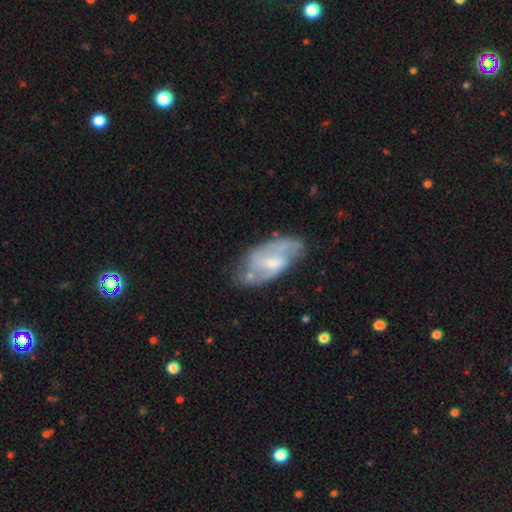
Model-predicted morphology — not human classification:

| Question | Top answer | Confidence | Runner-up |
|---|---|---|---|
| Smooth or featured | featured or disk | 70% | smooth (19%) |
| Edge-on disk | no | 92% | yes (8%) |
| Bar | weak | 46% | no (38%) |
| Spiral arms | yes | 82% | no (18%) |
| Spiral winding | medium | 43% | tight (34%) |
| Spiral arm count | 2 | 46% | can't tell (33%) |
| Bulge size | small | 46% | moderate (41%) |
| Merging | none | 71% | minor disturbance (19%) |